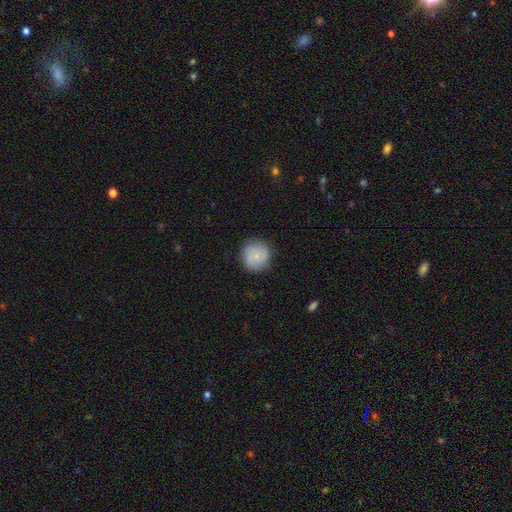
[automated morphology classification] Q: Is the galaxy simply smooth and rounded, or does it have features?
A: smooth — 68%.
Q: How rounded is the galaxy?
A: round — 92%.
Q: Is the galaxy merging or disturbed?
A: none — 83%.